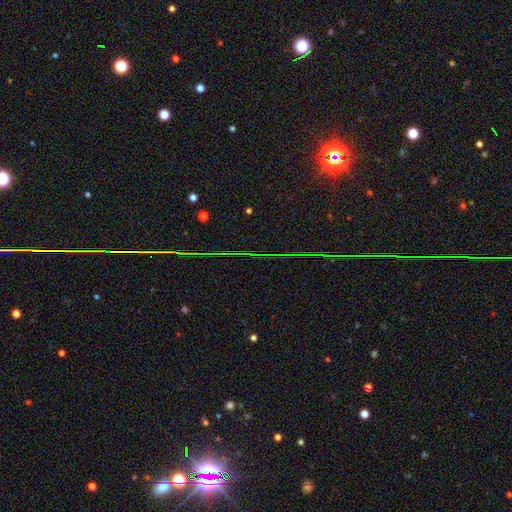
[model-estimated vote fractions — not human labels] Smooth or featured: star or artifact — 83% (smooth — 10%)